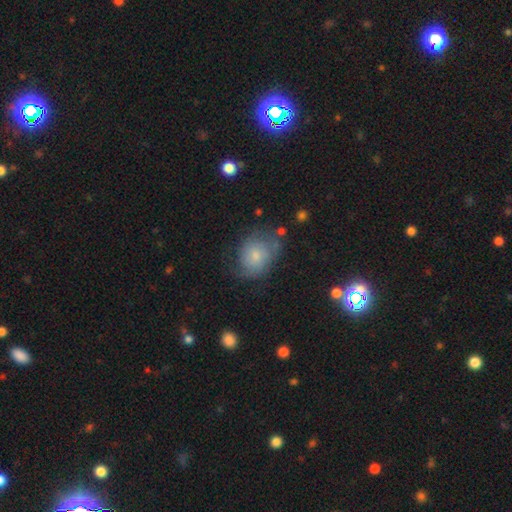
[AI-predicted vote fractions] Smooth or featured? smooth (57%)
How rounded? in between (50%)
Merging? none (51%)